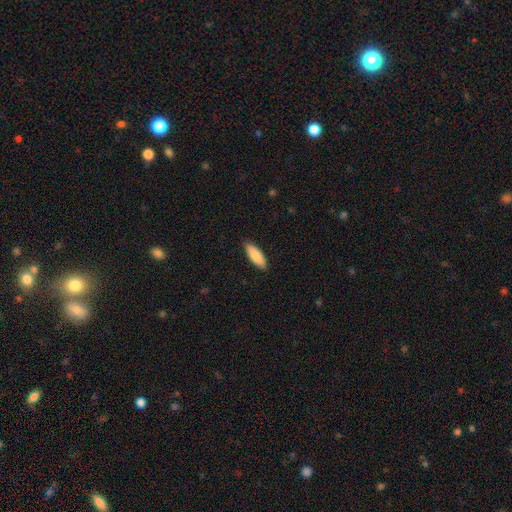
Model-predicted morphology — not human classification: A smooth galaxy with no disk features (86%) that is in between round and cigar-shaped (58%). Merging: none (90%).